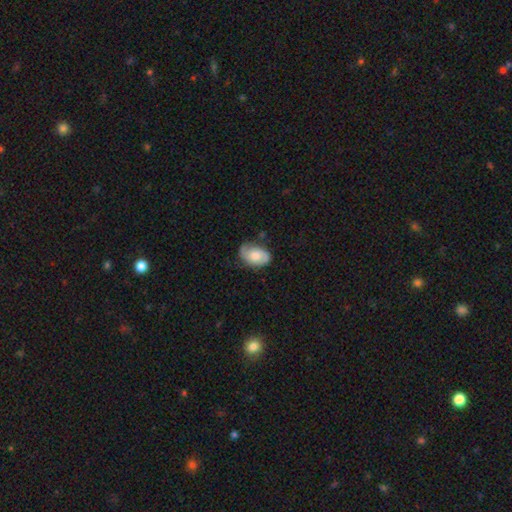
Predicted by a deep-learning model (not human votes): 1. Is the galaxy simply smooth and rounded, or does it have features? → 50% featured or disk, 43% smooth, 7% star or artifact.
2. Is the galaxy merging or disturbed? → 65% none, 25% minor disturbance, 8% major disturbance, 2% merger.